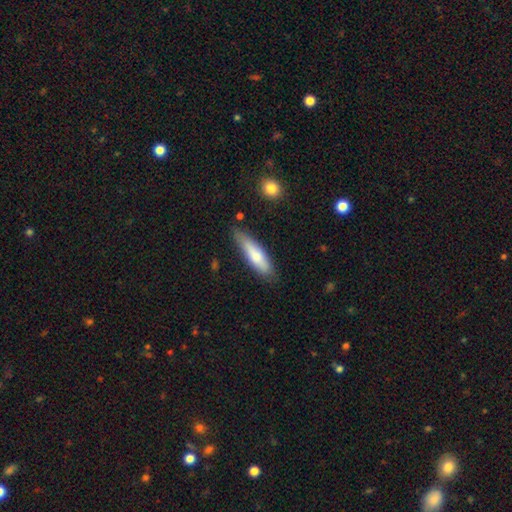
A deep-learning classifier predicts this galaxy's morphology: A smooth galaxy with no disk features (74%) that is cigar-shaped (69%). Merging: none (69%).